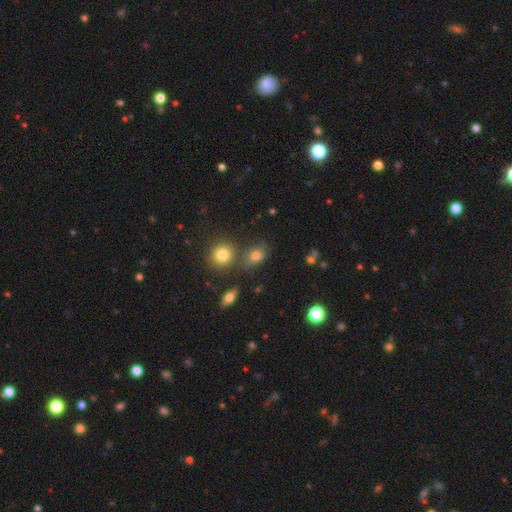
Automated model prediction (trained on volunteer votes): smooth-or-featured: smooth: 76% | star or artifact: 14% | featured or disk: 10%
  how-rounded: in between: 68% | round: 29% | cigar-shaped: 3%
  merging: none: 64% | minor disturbance: 16% | merger: 15% | major disturbance: 6%